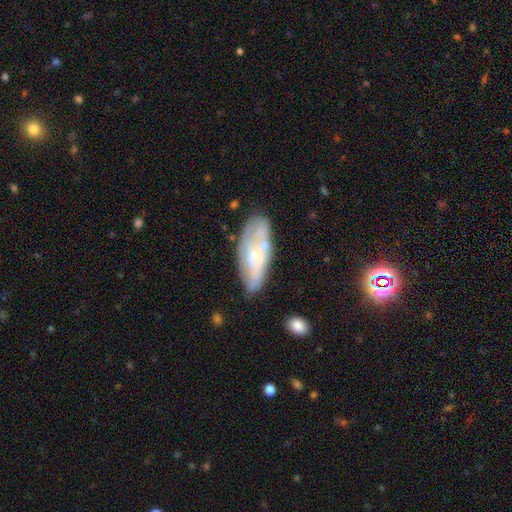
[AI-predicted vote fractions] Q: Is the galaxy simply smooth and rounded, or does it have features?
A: featured or disk — 51%.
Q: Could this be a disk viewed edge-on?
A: no — 84%.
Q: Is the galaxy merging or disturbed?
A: none — 58%.